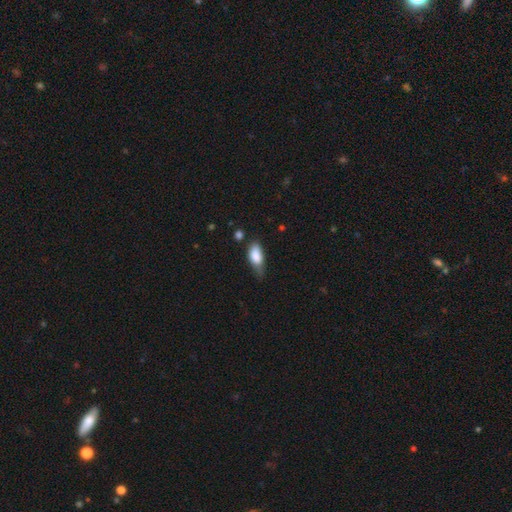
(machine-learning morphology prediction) Smooth or featured? smooth (83%)
How rounded? in between (86%)
Merging? minor disturbance (44%)